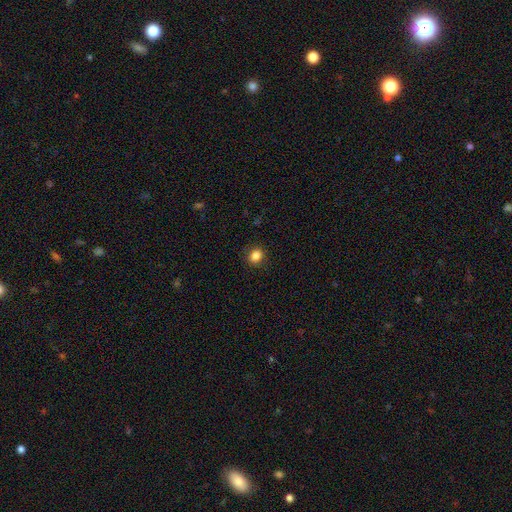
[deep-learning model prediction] Smooth or featured? smooth (85%)
How rounded? round (62%)
Merging? none (89%)